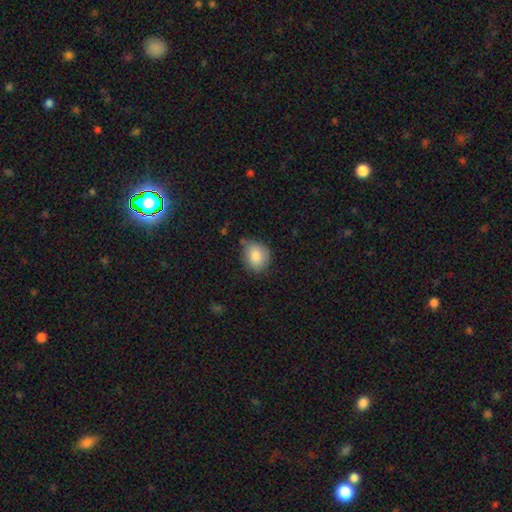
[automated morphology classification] Overall: smooth (84%). How rounded: round (62%; in between 37%). Merging: none (65%; minor disturbance 27%).